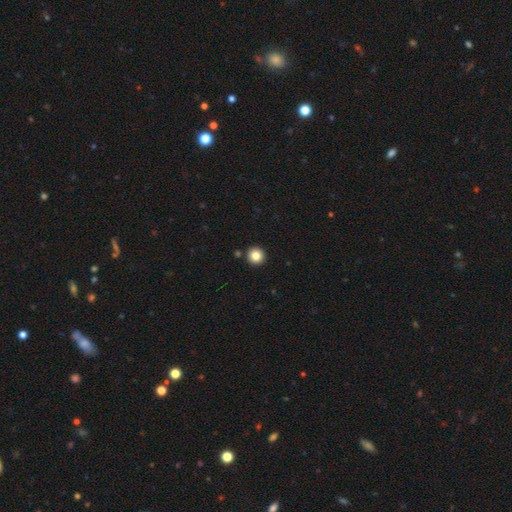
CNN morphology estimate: This appears to be a smooth galaxy with no disk features (83%) that is round (95%). Merging: none (91%).